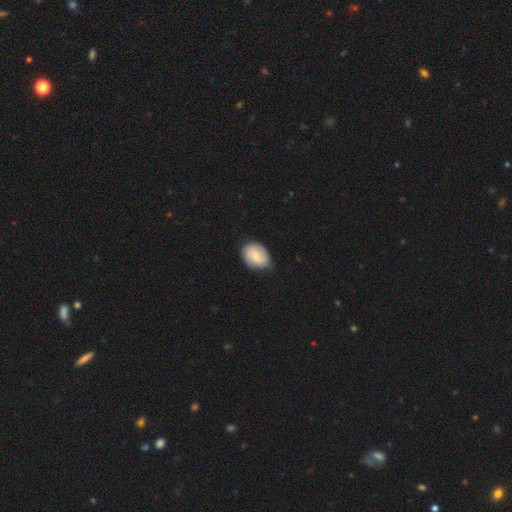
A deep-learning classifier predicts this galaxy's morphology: smooth-or-featured: smooth: 59% | featured or disk: 35% | star or artifact: 6%
  how-rounded: in between: 59% | round: 40% | cigar-shaped: 1%
  merging: none: 71% | minor disturbance: 23% | major disturbance: 4% | merger: 1%